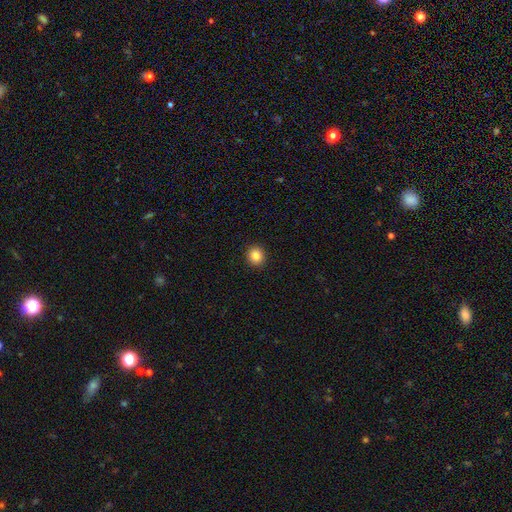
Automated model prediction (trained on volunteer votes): A smooth galaxy with no disk features (85%) that is round (85%).

Vote fractions:
- Smooth or featured? smooth: 85% / star or artifact: 10% / featured or disk: 5%
- How rounded? round: 85% / in between: 14% / cigar-shaped: 1%
- Merging? none: 92% / minor disturbance: 5% / major disturbance: 2% / merger: 1%